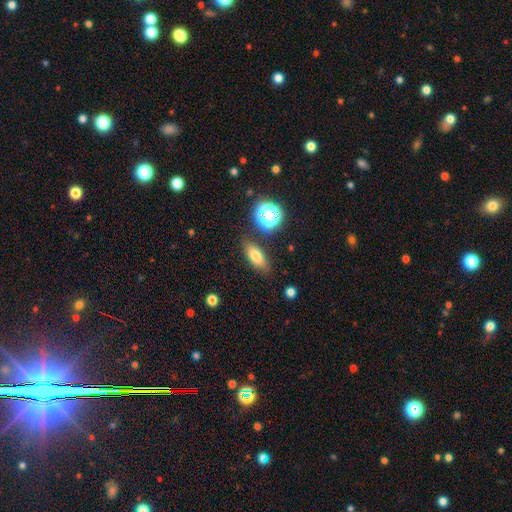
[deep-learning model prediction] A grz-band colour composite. It shows a smooth galaxy with no disk features (73%) that is in between round and cigar-shaped (72%). Merging: none (81%).